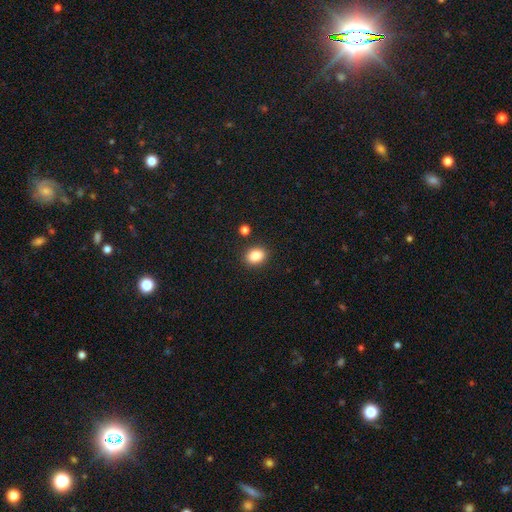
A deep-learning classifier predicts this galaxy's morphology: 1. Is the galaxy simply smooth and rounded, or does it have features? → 86% smooth, 9% star or artifact, 5% featured or disk.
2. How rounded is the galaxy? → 58% in between, 41% round, 1% cigar-shaped.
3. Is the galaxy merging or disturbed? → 87% none, 8% minor disturbance, 3% merger, 2% major disturbance.